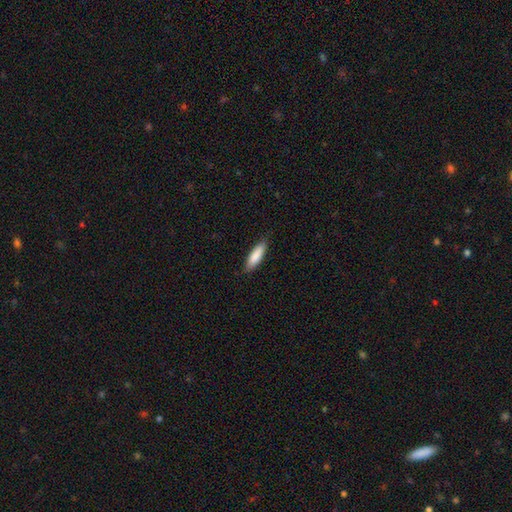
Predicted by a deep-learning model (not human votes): Q: Smooth or featured?
A: smooth (86%); runner-up: featured or disk (9%)
Q: How rounded?
A: cigar-shaped (59%); runner-up: in between (39%)
Q: Merging?
A: none (84%); runner-up: minor disturbance (13%)